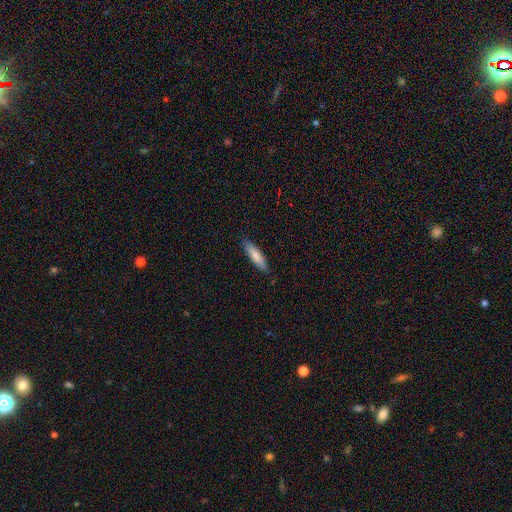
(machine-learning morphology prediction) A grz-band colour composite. It shows a smooth galaxy with no disk features (79%) that is cigar-shaped (71%). Merging: none (86%).